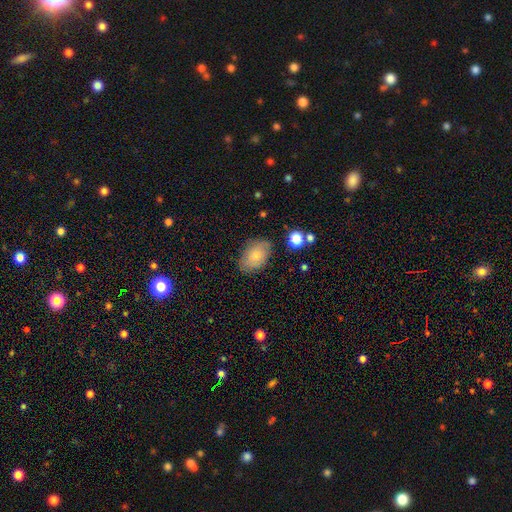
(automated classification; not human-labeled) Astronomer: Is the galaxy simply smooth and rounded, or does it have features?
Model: smooth — 76%.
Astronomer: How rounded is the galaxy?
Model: in between — 89%.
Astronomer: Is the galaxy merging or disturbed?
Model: none — 79%.